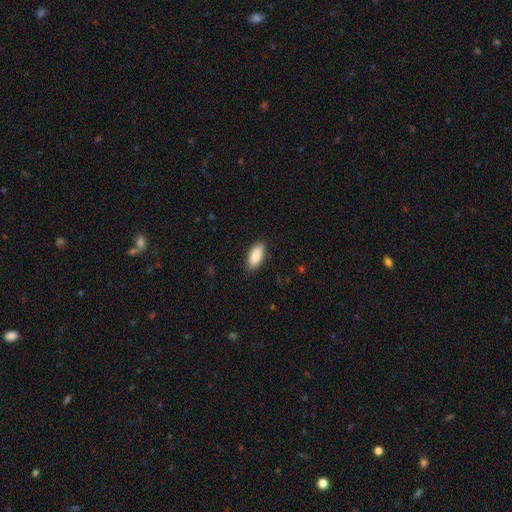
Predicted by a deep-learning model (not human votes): A smooth galaxy with no disk features (86%) that is in between round and cigar-shaped (90%). Merging: none (88%).